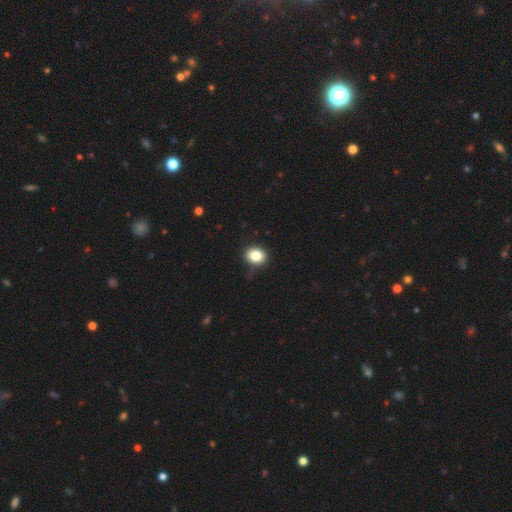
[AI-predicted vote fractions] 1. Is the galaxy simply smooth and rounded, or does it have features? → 84% smooth, 10% star or artifact, 6% featured or disk.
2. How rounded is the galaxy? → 50% round, 49% in between, 1% cigar-shaped.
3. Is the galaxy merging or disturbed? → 83% none, 13% minor disturbance, 3% major disturbance, 1% merger.